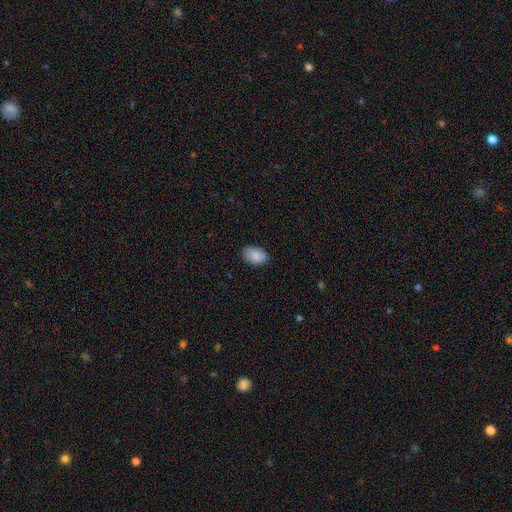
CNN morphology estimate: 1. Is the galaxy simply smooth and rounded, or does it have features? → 88% smooth, 7% star or artifact, 5% featured or disk.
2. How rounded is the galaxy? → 88% in between, 11% round, 1% cigar-shaped.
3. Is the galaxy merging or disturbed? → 87% none, 10% minor disturbance, 2% major disturbance, 1% merger.